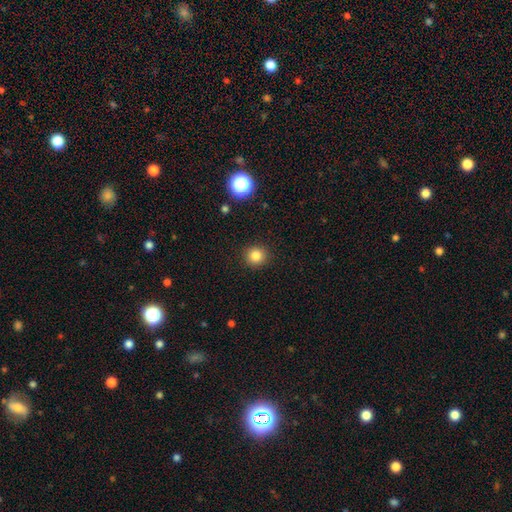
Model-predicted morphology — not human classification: Overall: smooth (82%). How rounded: round (91%). Merging: none (91%).